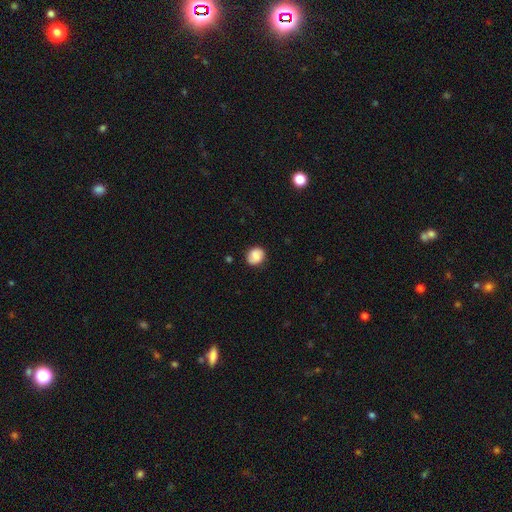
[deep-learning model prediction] Smooth or featured? Predicted: smooth (p=0.75). How rounded? Predicted: round (p=0.74). Merging? Predicted: none (p=0.81).